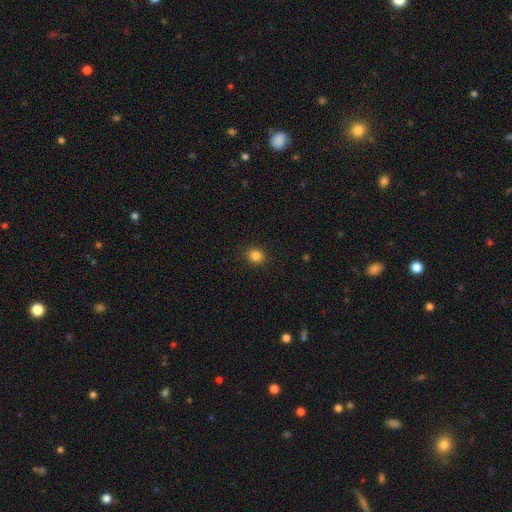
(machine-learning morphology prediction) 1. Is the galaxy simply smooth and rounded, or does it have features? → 85% smooth, 12% star or artifact, 4% featured or disk.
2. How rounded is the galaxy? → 73% round, 26% in between, 1% cigar-shaped.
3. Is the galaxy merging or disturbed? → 91% none, 6% minor disturbance, 2% major disturbance, 1% merger.